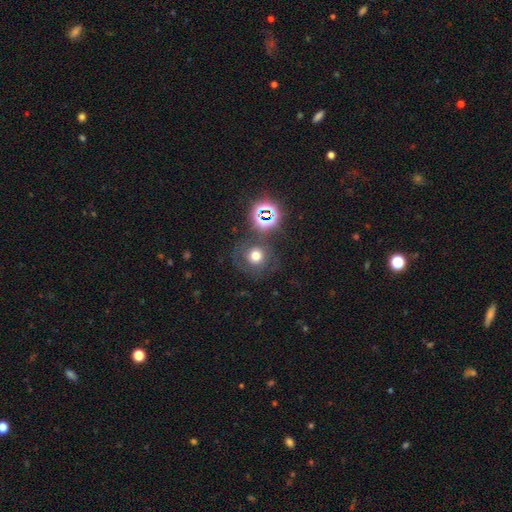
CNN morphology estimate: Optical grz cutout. It shows a smooth galaxy with no disk features (55%) that is round (89%). Merging: none (65%).